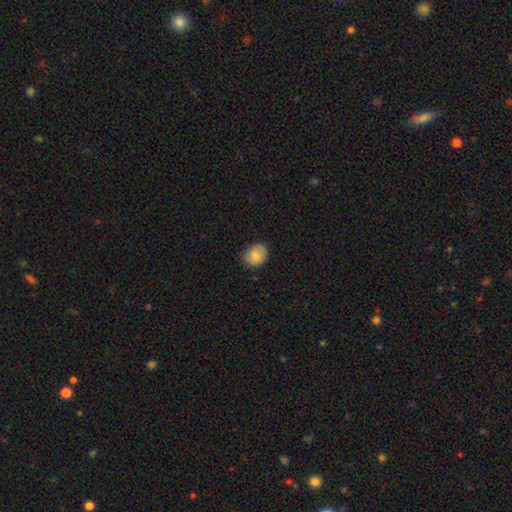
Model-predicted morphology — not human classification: type=smooth (83%); roundness=in between (50%); merging=none (78%).